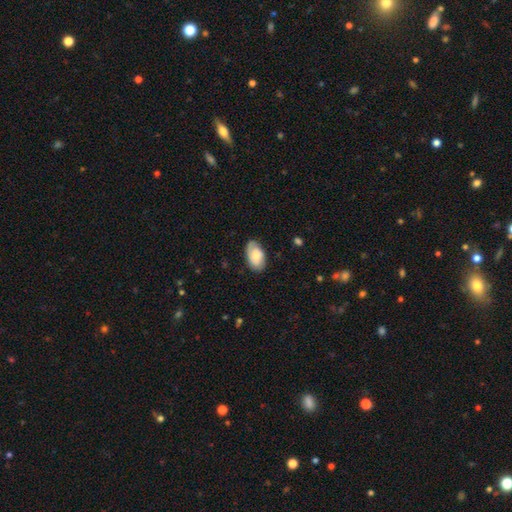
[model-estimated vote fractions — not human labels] smooth-or-featured: smooth: 67% | featured or disk: 26% | star or artifact: 7%
  how-rounded: in between: 94% | round: 5% | cigar-shaped: 1%
  merging: none: 78% | minor disturbance: 18% | major disturbance: 4% | merger: 1%